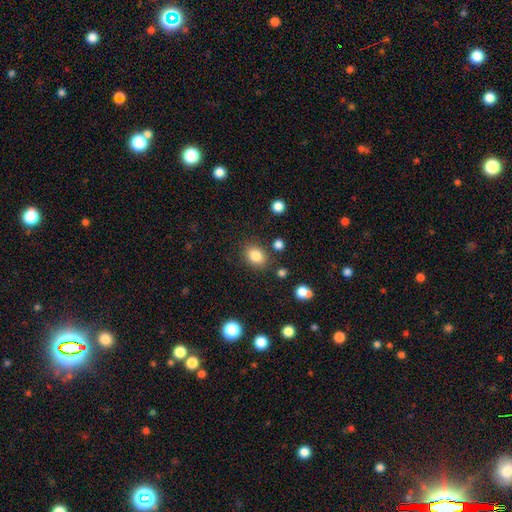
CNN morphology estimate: Smooth or featured? smooth (83%)
How rounded? in between (52%)
Merging? none (81%)